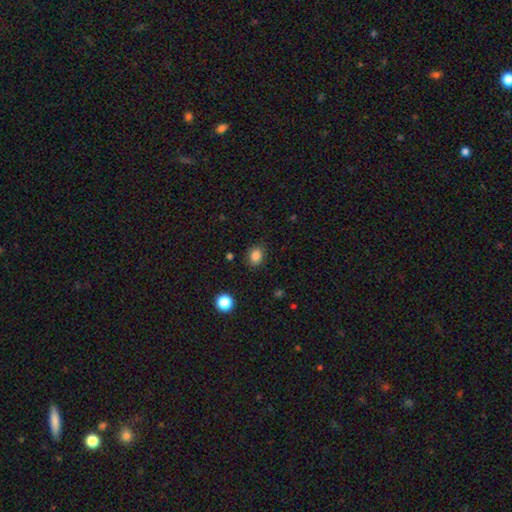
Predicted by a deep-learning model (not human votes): Overall: smooth (85%). How rounded: in between (54%; round 45%). Merging: none (85%).